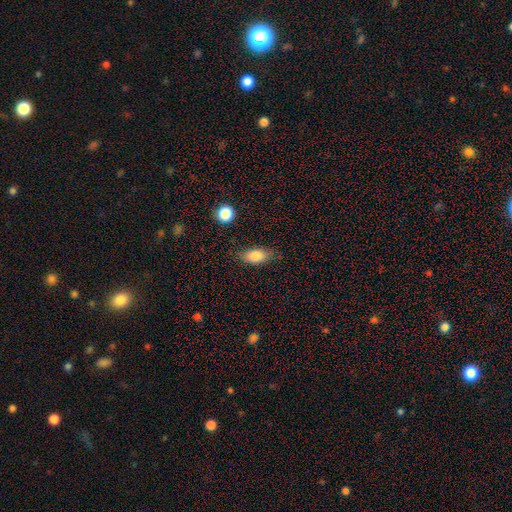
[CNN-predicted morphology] Smooth or featured? Predicted: smooth (p=0.83). How rounded? Predicted: in between (p=0.86). Merging? Predicted: none (p=0.80).